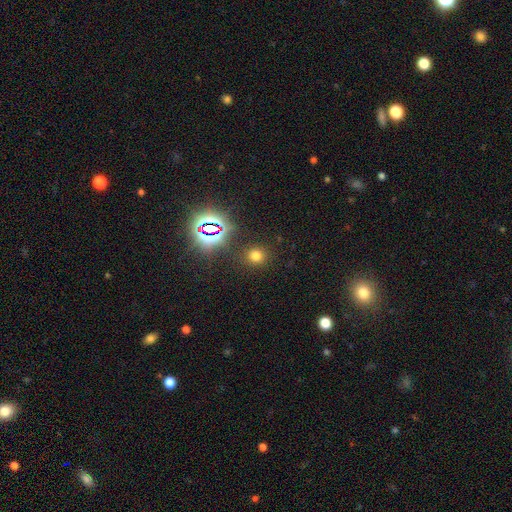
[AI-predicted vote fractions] A smooth galaxy with no disk features (67%) that is round (85%). Merging: none (87%).